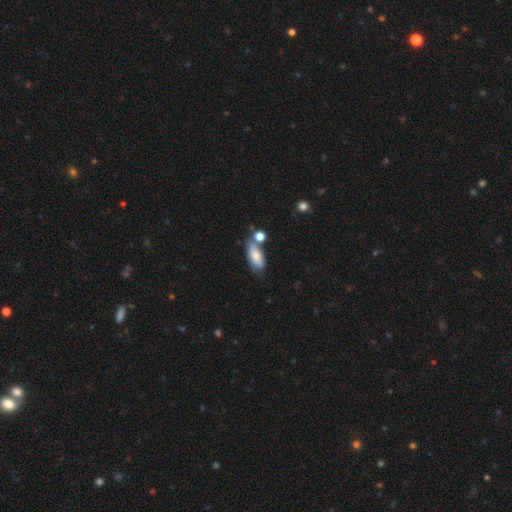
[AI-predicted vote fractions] Smooth or featured? smooth (72%)
How rounded? in between (85%)
Merging? none (52%)